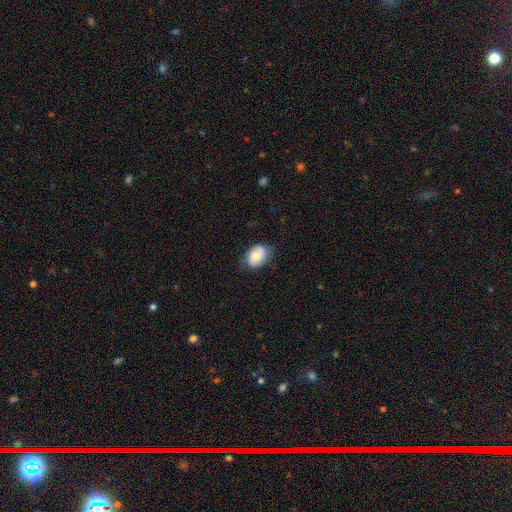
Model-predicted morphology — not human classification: This appears to be a smooth galaxy with no disk features (70%) that is in between round and cigar-shaped (75%). Merging: none (75%).